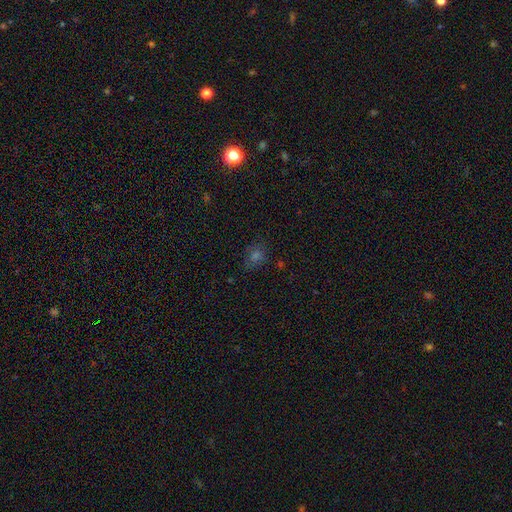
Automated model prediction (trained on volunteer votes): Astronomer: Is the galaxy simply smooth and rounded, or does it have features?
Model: smooth — 56% (runner-up: star or artifact, 33%).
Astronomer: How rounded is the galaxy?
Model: round — 61% (runner-up: in between, 37%).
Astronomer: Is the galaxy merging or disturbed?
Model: none — 76%.